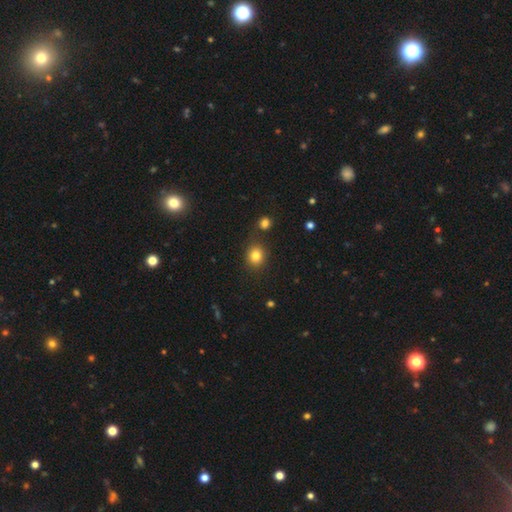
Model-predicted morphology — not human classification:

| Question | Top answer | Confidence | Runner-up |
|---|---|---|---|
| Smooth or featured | smooth | 81% | star or artifact (12%) |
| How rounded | round | 77% | in between (22%) |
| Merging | none | 80% | minor disturbance (11%) |